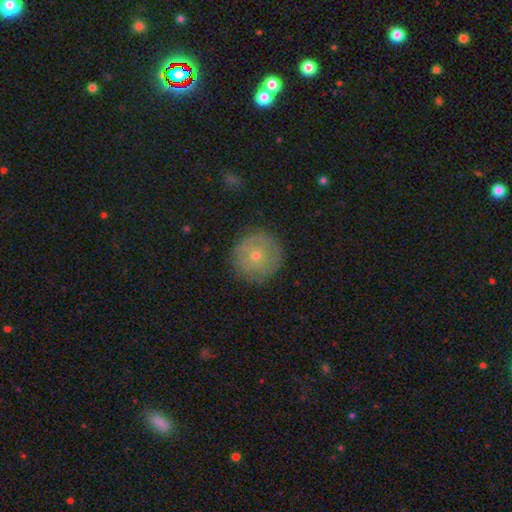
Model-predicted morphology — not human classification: Smooth or featured?
  - smooth: 56% *
  - featured or disk: 35%
  - star or artifact: 9%
How rounded?
  - round: 95% *
  - in between: 4%
  - cigar-shaped: 1%
Merging?
  - none: 85% *
  - minor disturbance: 10%
  - major disturbance: 3%
  - merger: 1%